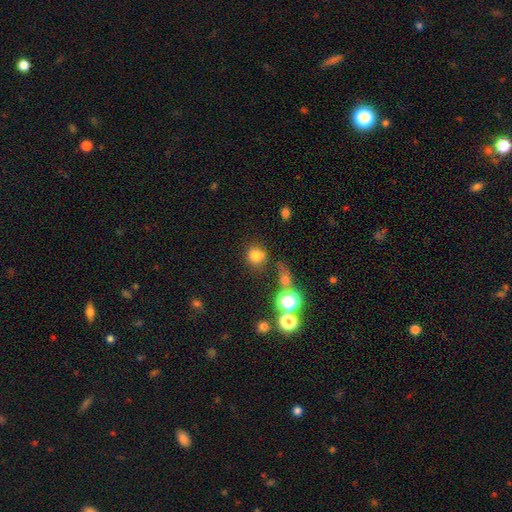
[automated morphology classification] Smooth or featured? Predicted: smooth (p=0.76). How rounded? Predicted: round (p=0.83). Merging? Predicted: none (p=0.64).